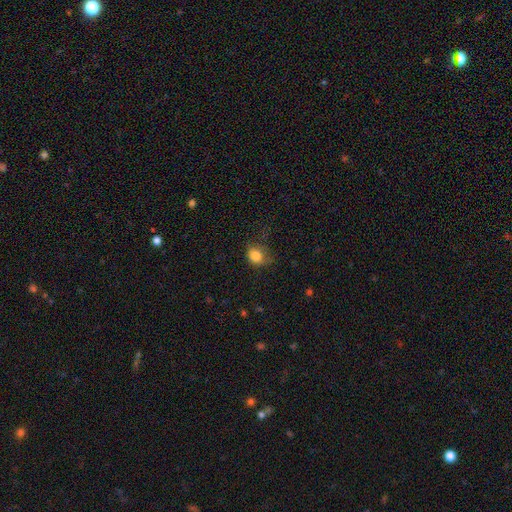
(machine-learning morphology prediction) Smooth or featured: smooth — 82% (star or artifact — 11%)
How rounded: round — 57% (in between — 42%)
Merging: none — 56% (minor disturbance — 29%)